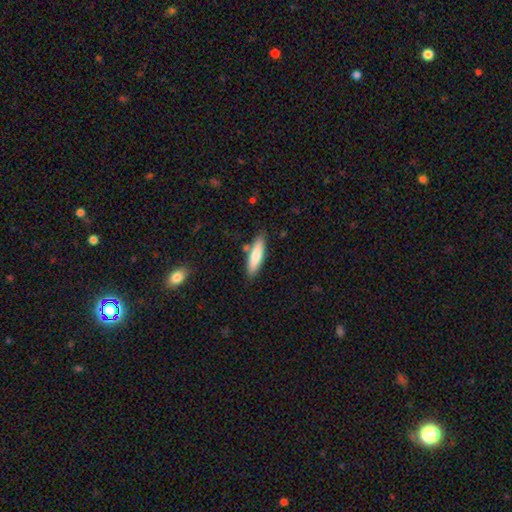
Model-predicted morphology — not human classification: A smooth galaxy with no disk features (79%) that is cigar-shaped (67%). Merging: none (82%).